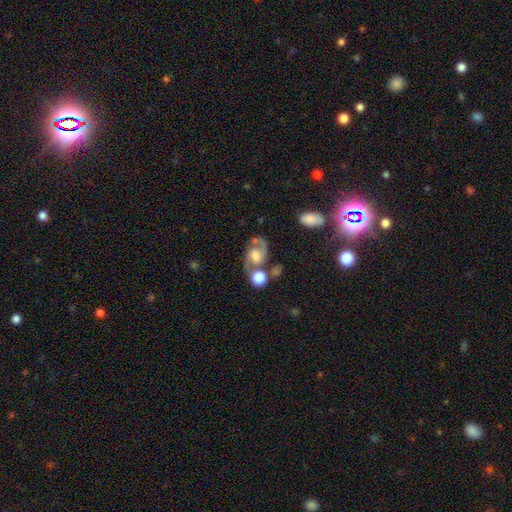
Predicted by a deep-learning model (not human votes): smooth-or-featured: featured or disk: 79% | smooth: 14% | star or artifact: 7%
  disk-edge-on: no: 97% | yes: 3%
    bar: no: 50% | weak: 39% | strong: 11%
    has-spiral-arms: yes: 93% | no: 7%
      spiral-winding: medium: 57% | loose: 25% | tight: 18%
      spiral-arm-count: 2: 91% | can't tell: 3% | 1: 3% | 3: 1% | 4: 1% | more than 4: 1%
    bulge-size: moderate: 46% | large: 24% | small: 19% | none: 8% | dominant: 3%
  merging: none: 53% | merger: 20% | minor disturbance: 17% | major disturbance: 10%